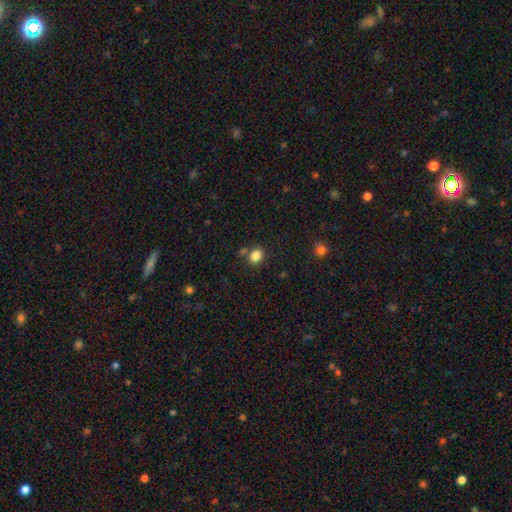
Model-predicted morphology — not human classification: smooth 84%, star or artifact 12%, featured or disk 4%. Down the decision tree: how rounded — round (57%); merging — none (75%).